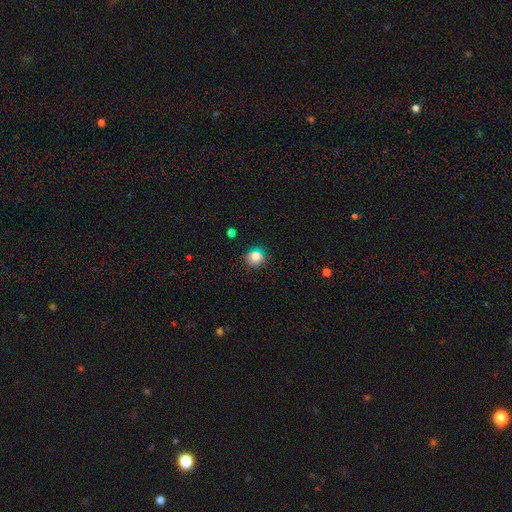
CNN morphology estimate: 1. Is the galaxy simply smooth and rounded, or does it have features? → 81% smooth, 14% star or artifact, 6% featured or disk.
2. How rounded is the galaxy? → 83% round, 16% in between, 1% cigar-shaped.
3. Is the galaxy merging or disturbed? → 85% none, 11% minor disturbance, 3% major disturbance, 2% merger.